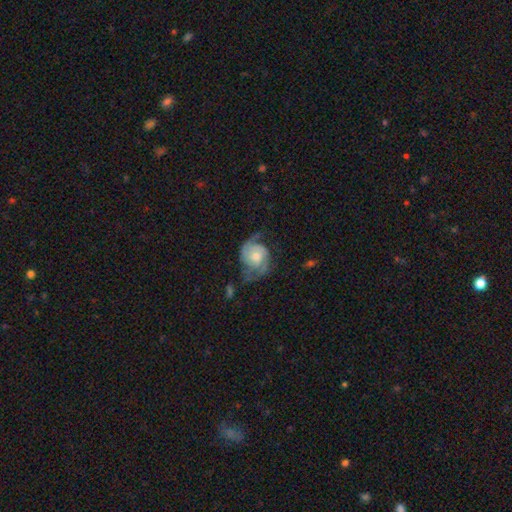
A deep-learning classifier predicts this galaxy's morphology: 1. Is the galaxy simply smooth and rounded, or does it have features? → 78% featured or disk, 17% smooth, 6% star or artifact.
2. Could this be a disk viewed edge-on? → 98% no, 2% yes.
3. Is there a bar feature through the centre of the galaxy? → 74% no, 22% weak, 4% strong.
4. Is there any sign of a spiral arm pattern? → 92% yes, 8% no.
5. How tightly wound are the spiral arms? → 43% medium, 29% tight, 28% loose.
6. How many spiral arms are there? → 81% 2, 8% can't tell, 4% 3, 4% 1, 2% 4, 2% more than 4.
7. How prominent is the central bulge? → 43% moderate (tied), 43% small (tied), 7% large, 5% none, 2% dominant.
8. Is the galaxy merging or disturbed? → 52% none, 24% minor disturbance, 21% major disturbance, 2% merger.